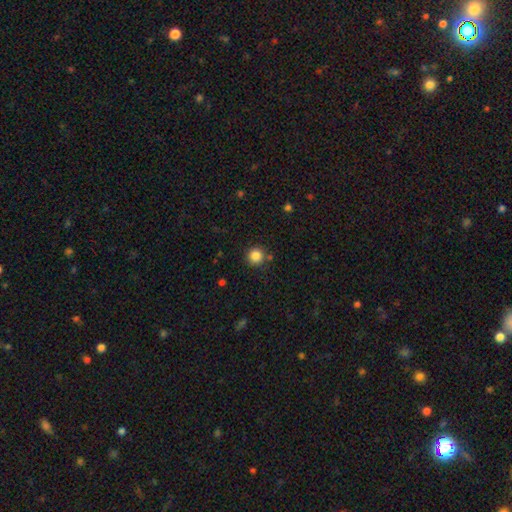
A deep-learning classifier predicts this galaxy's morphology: Smooth or featured? smooth (84%)
How rounded? round (95%)
Merging? none (84%)